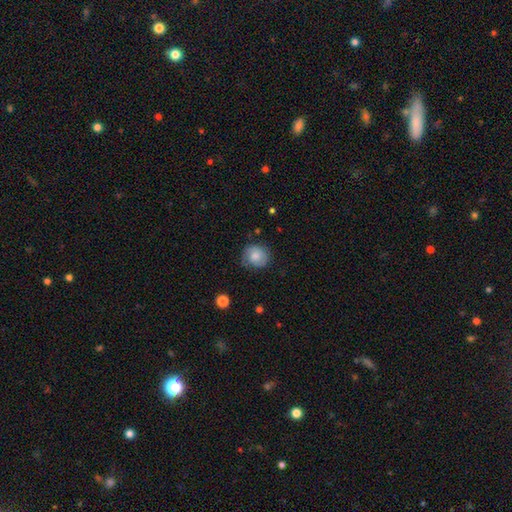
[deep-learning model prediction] The model was most divided on "smooth or featured": smooth: 56%, featured or disk: 37%, star or artifact: 8%. More confident: how rounded — round (83%); merging — none (69%).